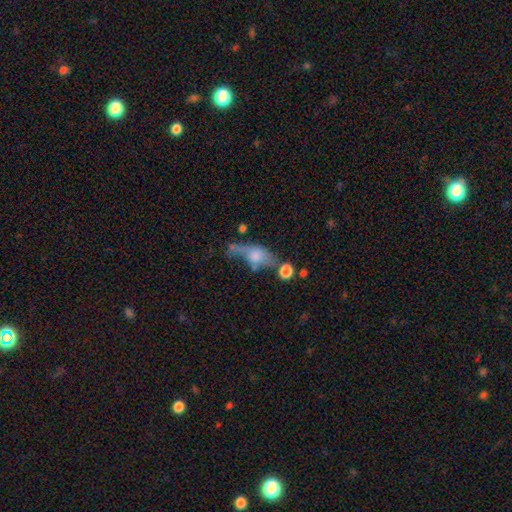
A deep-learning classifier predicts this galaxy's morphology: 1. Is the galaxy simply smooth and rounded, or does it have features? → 58% smooth, 32% featured or disk, 10% star or artifact.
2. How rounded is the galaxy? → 75% in between, 15% round, 11% cigar-shaped.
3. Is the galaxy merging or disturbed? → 34% major disturbance, 24% none, 22% minor disturbance, 20% merger.